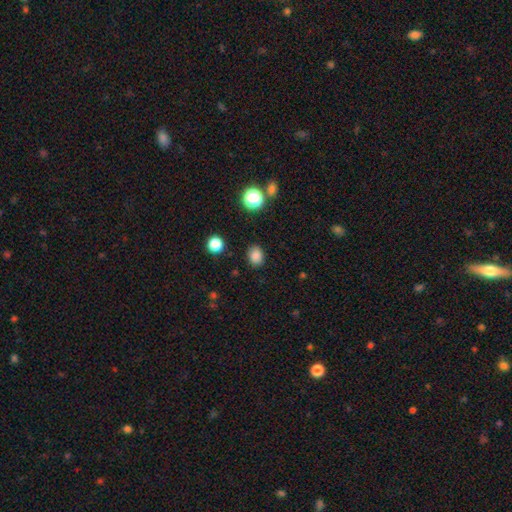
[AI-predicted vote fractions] Smooth or featured? smooth (83%)
How rounded? in between (52%)
Merging? none (85%)